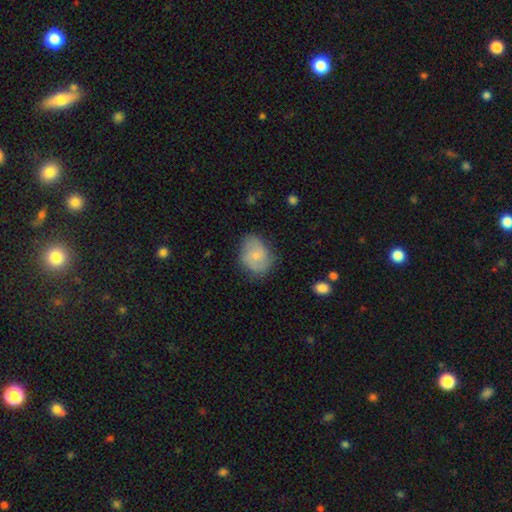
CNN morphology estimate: Smooth or featured: smooth — 57% (featured or disk — 36%)
How rounded: in between — 55% (round — 44%)
Merging: none — 66% (minor disturbance — 26%)